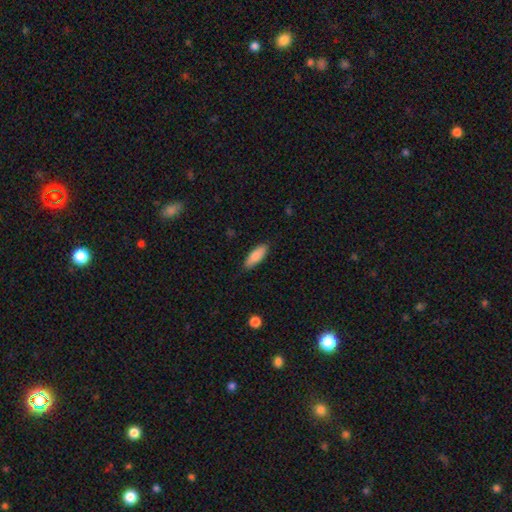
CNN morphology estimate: This is clearly a smooth galaxy (85%). How rounded: likely in between (62%). Merging: clearly none (87%).